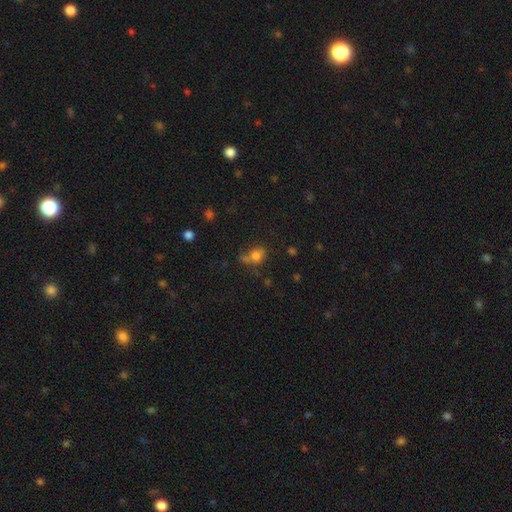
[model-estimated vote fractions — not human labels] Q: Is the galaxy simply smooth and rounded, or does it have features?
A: smooth — 73%.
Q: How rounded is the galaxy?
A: round — 50%.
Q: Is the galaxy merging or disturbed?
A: none — 42%.